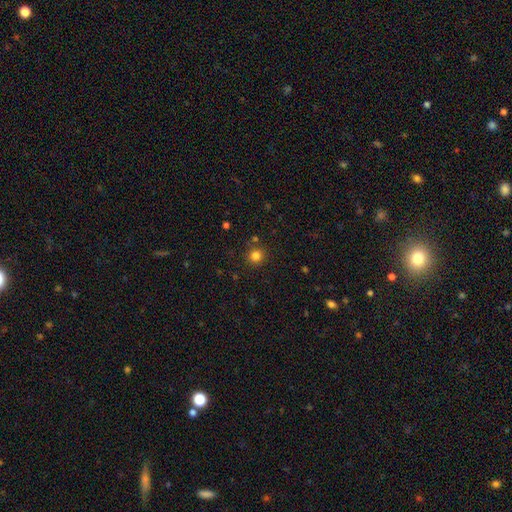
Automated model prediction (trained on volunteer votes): A smooth galaxy with no disk features (81%) that is round (93%).

Vote fractions:
- Smooth or featured? smooth: 81% / star or artifact: 14% / featured or disk: 5%
- How rounded? round: 93% / in between: 6% / cigar-shaped: 1%
- Merging? none: 86% / minor disturbance: 8% / merger: 4% / major disturbance: 2%